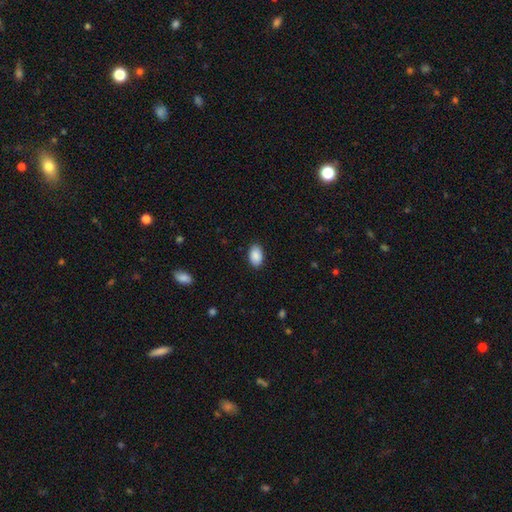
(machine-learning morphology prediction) This appears to be a smooth galaxy with no disk features (90%) that is in between round and cigar-shaped (92%). Merging: none (89%).